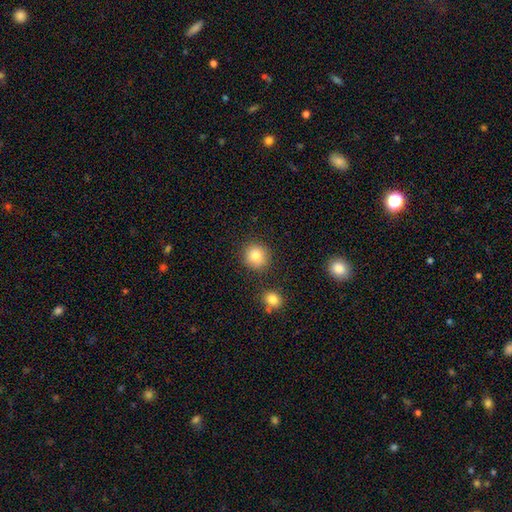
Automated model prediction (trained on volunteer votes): smooth_or_featured: smooth (p=0.84) [alt: star or artifact p=0.10]
how_rounded: round (p=0.90) [alt: in between p=0.09]
merging: none (p=0.84) [alt: minor disturbance p=0.08]